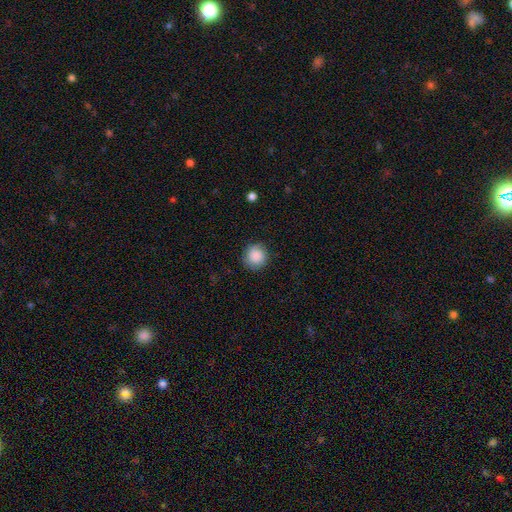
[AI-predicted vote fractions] smooth-or-featured: smooth: 88% | star or artifact: 8% | featured or disk: 4%
  how-rounded: round: 93% | in between: 6% | cigar-shaped: 1%
  merging: none: 88% | minor disturbance: 9% | major disturbance: 2% | merger: 1%